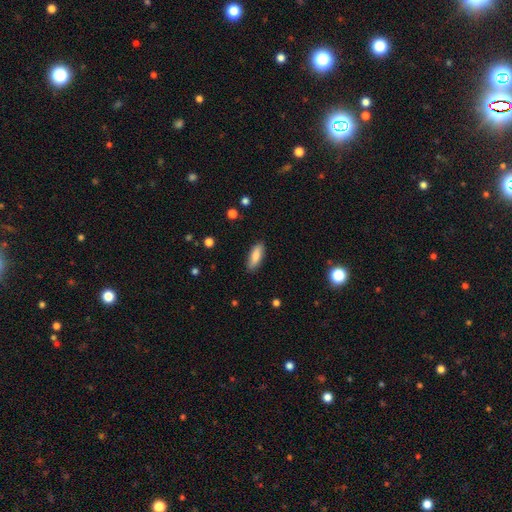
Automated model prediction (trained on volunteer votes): Smooth or featured: smooth — 83% (featured or disk — 11%)
How rounded: in between — 65% (cigar-shaped — 33%)
Merging: none — 87% (minor disturbance — 9%)